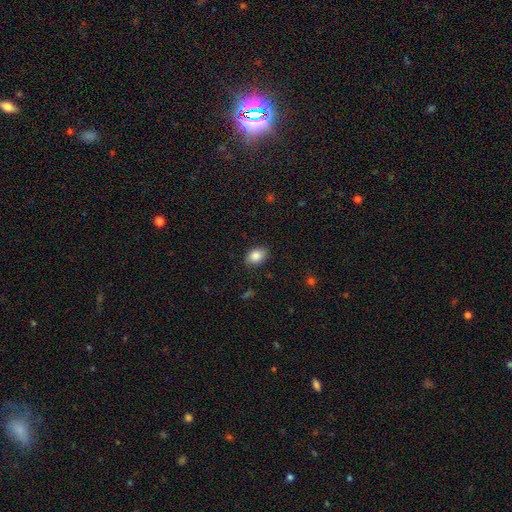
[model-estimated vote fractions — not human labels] This appears to be a smooth galaxy with no disk features (86%) that is in between round and cigar-shaped (78%). Merging: none (84%).